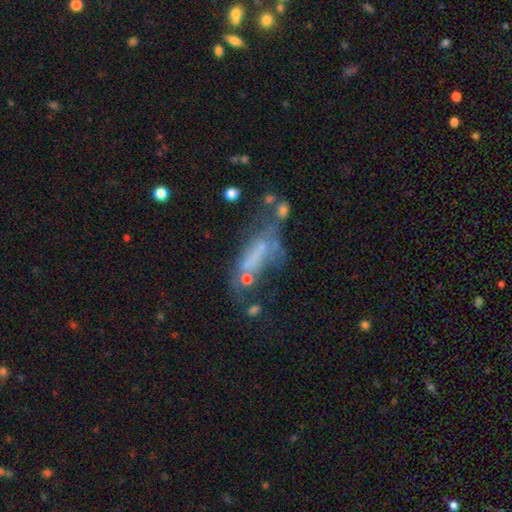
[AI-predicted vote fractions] smooth-or-featured: featured or disk: 44% | smooth: 37% | star or artifact: 19%
  merging: major disturbance: 35% | none: 24% | merger: 23% | minor disturbance: 18%